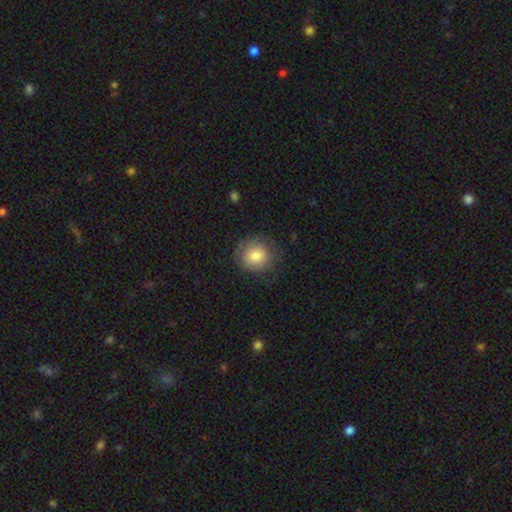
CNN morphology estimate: The model was most divided on "merging": none: 76%, minor disturbance: 17%, major disturbance: 6%, merger: 1%. More confident: how rounded — round (86%); smooth or featured — smooth (80%).